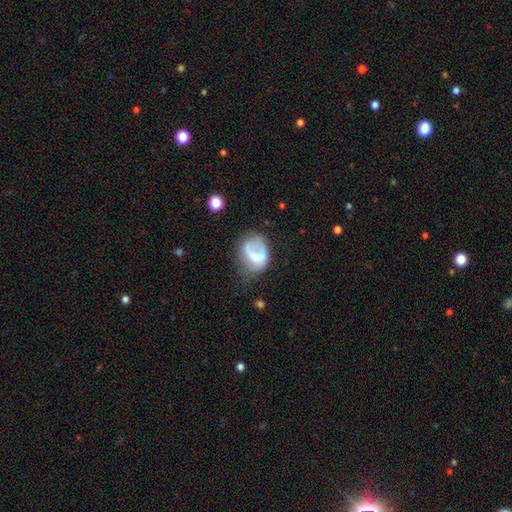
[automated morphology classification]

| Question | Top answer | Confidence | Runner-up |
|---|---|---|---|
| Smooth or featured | smooth | 55% | featured or disk (37%) |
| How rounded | in between | 53% | round (46%) |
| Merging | none | 34% | major disturbance (32%) |